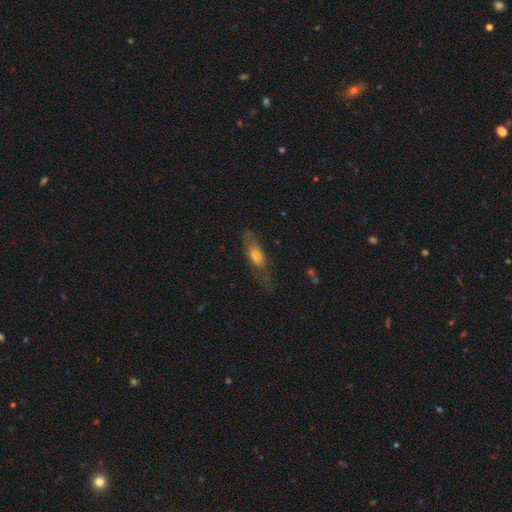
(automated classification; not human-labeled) smooth_or_featured: smooth (p=0.52) [alt: featured or disk p=0.38]
how_rounded: in between (p=0.49) [alt: cigar-shaped p=0.47]
merging: none (p=0.61) [alt: minor disturbance p=0.24]